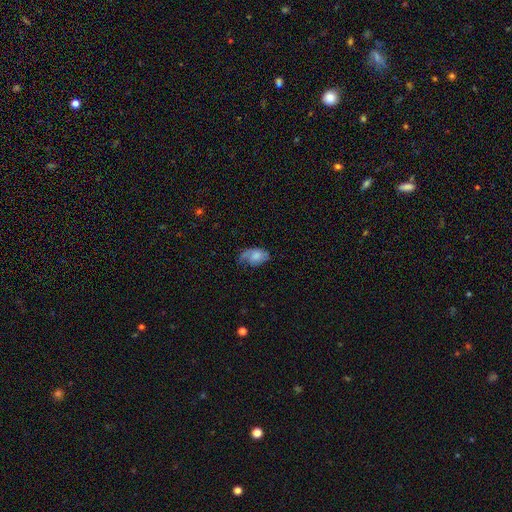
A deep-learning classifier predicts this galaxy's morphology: Overall: smooth (50%; featured or disk 42%). How rounded: in between (88%). Merging: none (44%; minor disturbance 32%).